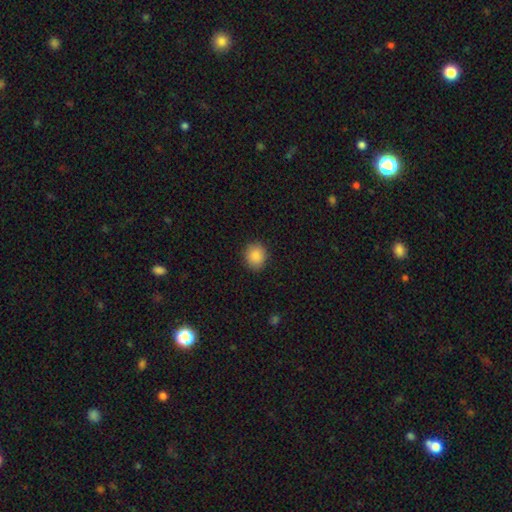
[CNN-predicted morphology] This is clearly a smooth galaxy (87%). How rounded: likely round (79%). Merging: clearly none (89%).